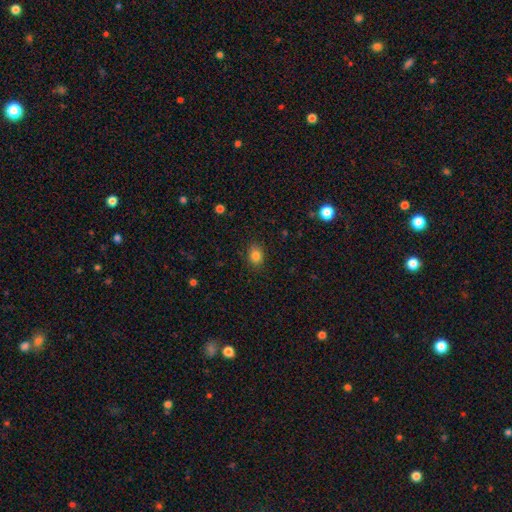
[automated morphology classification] Overall: smooth (83%). How rounded: in between (56%; round 43%). Merging: none (87%).